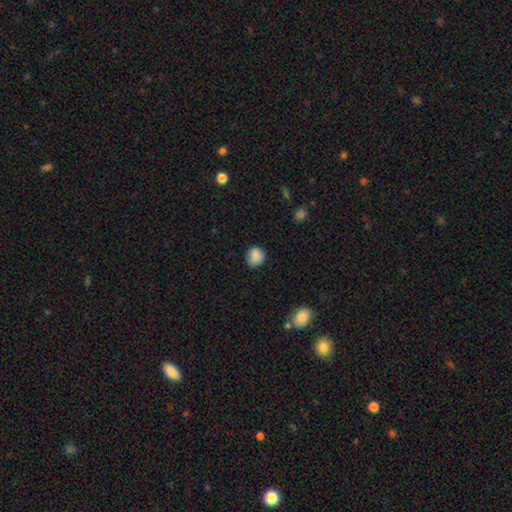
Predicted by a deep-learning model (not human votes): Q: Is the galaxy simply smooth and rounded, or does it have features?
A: smooth — 87%.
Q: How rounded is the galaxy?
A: round — 80%.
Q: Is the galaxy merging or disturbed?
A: none — 81%.